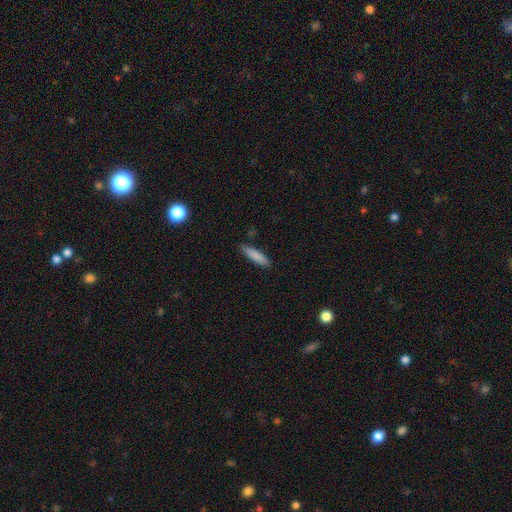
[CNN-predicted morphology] Q: Smooth or featured?
A: smooth (85%); runner-up: featured or disk (9%)
Q: How rounded?
A: cigar-shaped (79%); runner-up: in between (20%)
Q: Merging?
A: none (84%); runner-up: minor disturbance (12%)